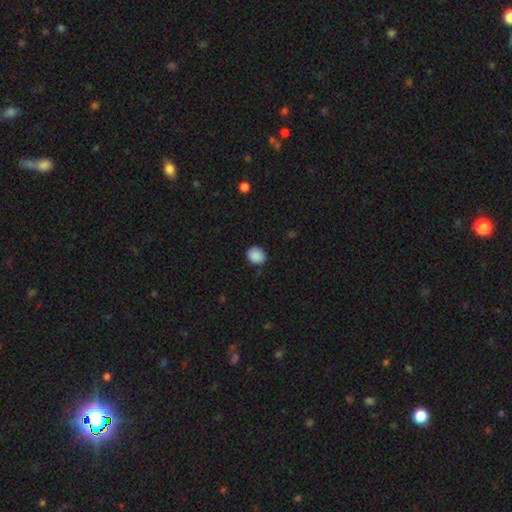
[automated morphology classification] Smooth or featured: smooth — 89% (star or artifact — 8%)
How rounded: round — 67% (in between — 32%)
Merging: none — 85% (minor disturbance — 11%)